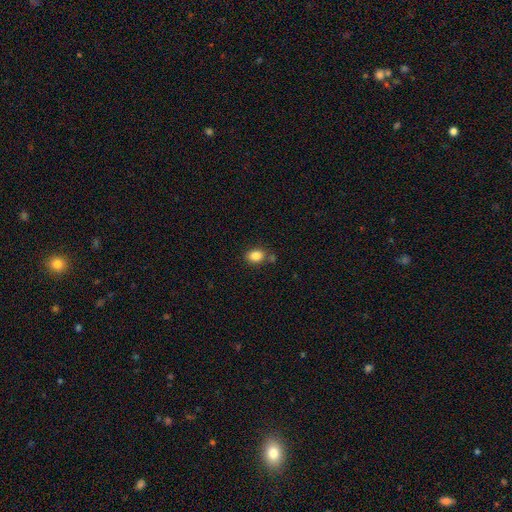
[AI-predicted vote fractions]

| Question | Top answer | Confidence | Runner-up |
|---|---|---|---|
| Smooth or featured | smooth | 85% | star or artifact (9%) |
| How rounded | in between | 66% | round (33%) |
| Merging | none | 74% | minor disturbance (14%) |